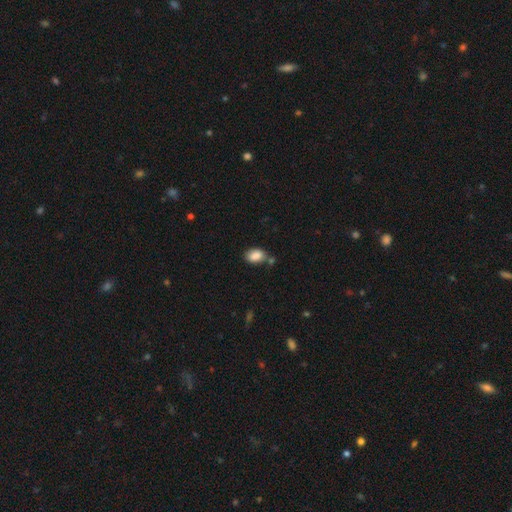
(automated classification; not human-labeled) A smooth galaxy with no disk features (87%) that is in between round and cigar-shaped (85%). Merging: none (61%).